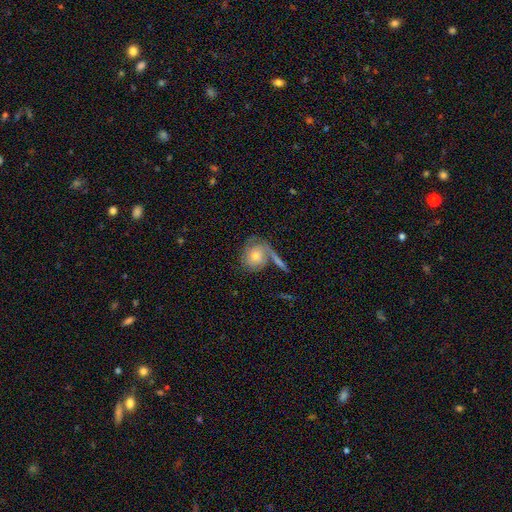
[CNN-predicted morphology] Smooth or featured?
  - featured or disk: 54% *
  - smooth: 37%
  - star or artifact: 9%
Edge-on disk?
  - no: 94% *
  - yes: 6%
Bar?
  - no: 80% *
  - weak: 17%
  - strong: 3%
Spiral arms?
  - yes: 78% *
  - no: 22%
Bulge size?
  - moderate: 58% *
  - small: 34%
  - large: 5%
  - none: 2%
  - dominant: 1%
Merging?
  - none: 55% *
  - merger: 18%
  - minor disturbance: 17%
  - major disturbance: 10%